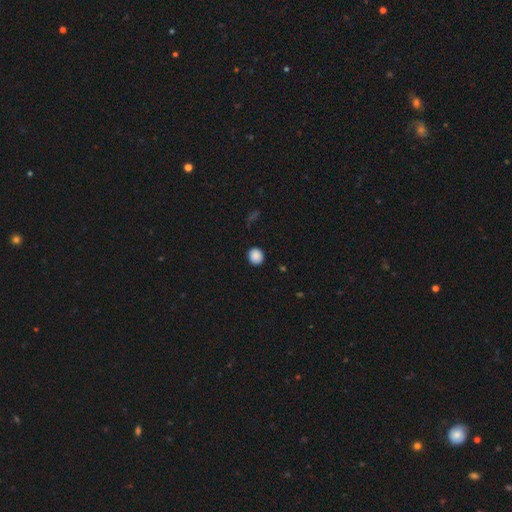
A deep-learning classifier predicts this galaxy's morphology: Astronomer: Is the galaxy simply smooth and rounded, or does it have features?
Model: smooth — 88%.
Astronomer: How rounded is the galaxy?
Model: round — 82%.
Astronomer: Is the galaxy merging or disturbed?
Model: none — 89%.